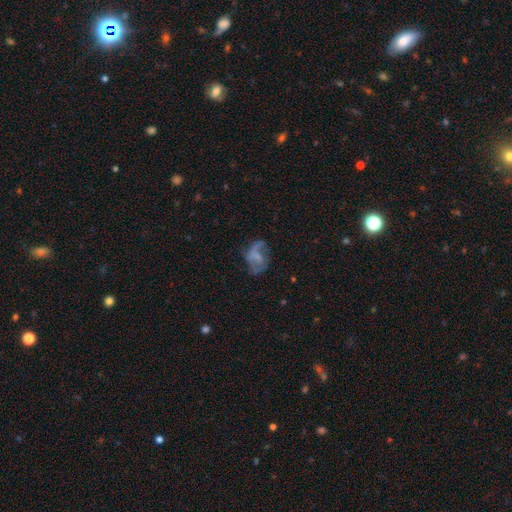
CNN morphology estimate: A featured or disk galaxy (53%) with no bar (55%), spiral arms (58%) and no central bulge (46%).

Vote fractions:
- Smooth or featured? featured or disk: 53% / smooth: 36% / star or artifact: 11%
- Edge-on disk? no: 97% / yes: 3%
- Bar? no: 55% / weak: 35% / strong: 10%
- Spiral arms? yes: 58% / no: 42%
- Bulge size? none: 46% / small: 31% / moderate: 18% / large: 3% / dominant: 1%
- Merging? none: 40% / major disturbance: 31% / minor disturbance: 26% / merger: 3%